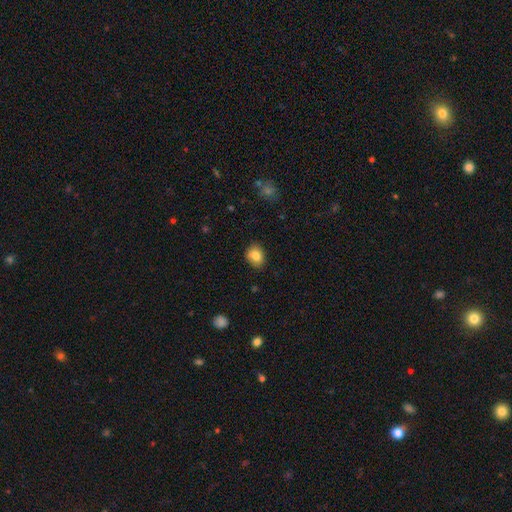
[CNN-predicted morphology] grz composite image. It shows a smooth galaxy with no disk features (81%) that is round (50%). Merging: none (78%).